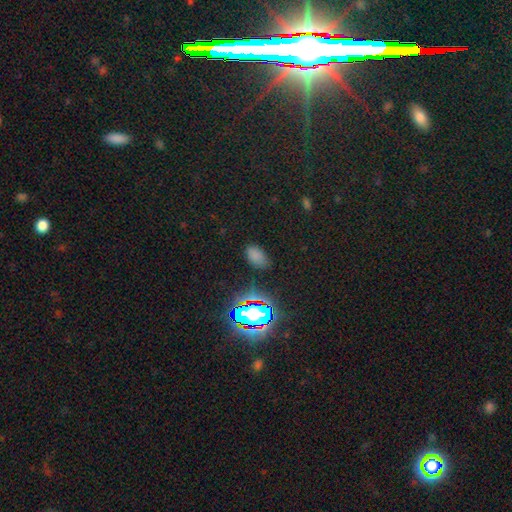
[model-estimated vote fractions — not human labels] Smooth or featured?
  - smooth: 68% *
  - star or artifact: 25%
  - featured or disk: 7%
How rounded?
  - in between: 91% *
  - round: 7%
  - cigar-shaped: 2%
Merging?
  - none: 76% *
  - minor disturbance: 17%
  - major disturbance: 5%
  - merger: 2%